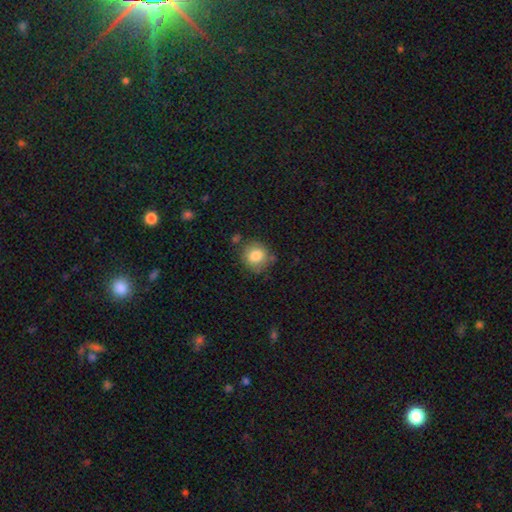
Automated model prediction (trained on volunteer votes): Q: Smooth or featured?
A: smooth (82%); runner-up: star or artifact (9%)
Q: How rounded?
A: round (86%); runner-up: in between (13%)
Q: Merging?
A: none (76%); runner-up: minor disturbance (15%)